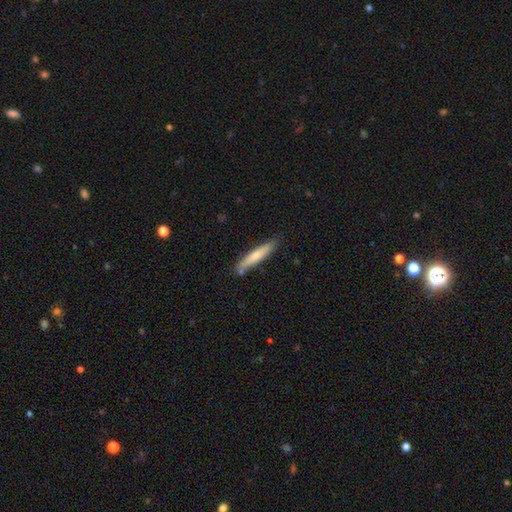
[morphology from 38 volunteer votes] Smooth or featured? 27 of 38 (71%) said smooth. How rounded? 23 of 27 (85%) said cigar-shaped. Merging? 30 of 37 (81%) said none.